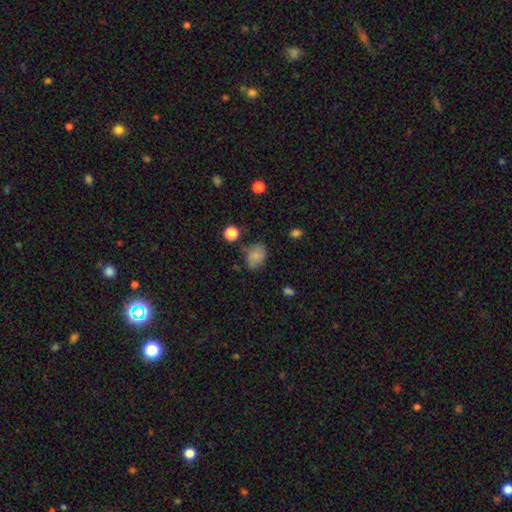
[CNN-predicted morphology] Smooth or featured? Predicted: smooth (p=0.80). How rounded? Predicted: in between (p=0.62). Merging? Predicted: none (p=0.62).